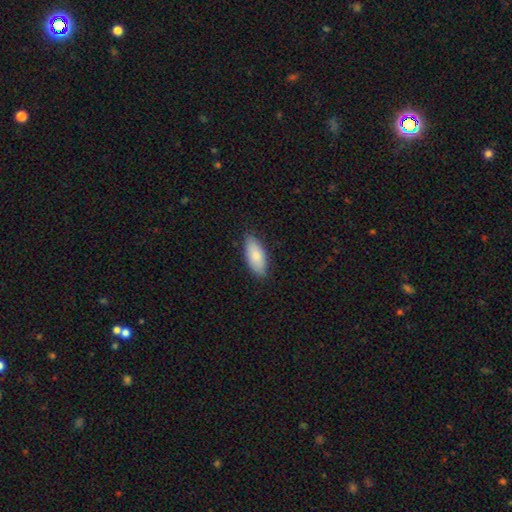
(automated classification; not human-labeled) Smooth or featured? smooth (82%)
How rounded? in between (84%)
Merging? none (85%)